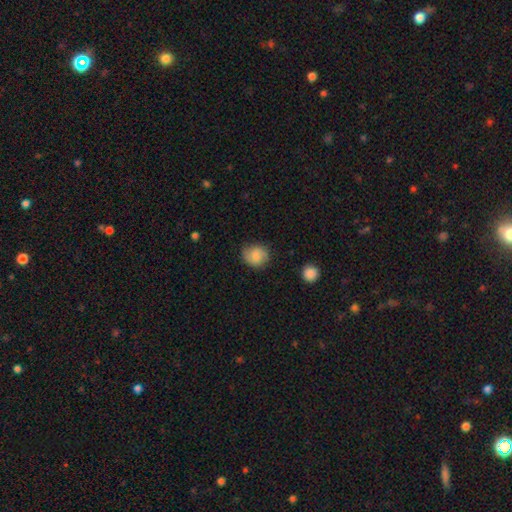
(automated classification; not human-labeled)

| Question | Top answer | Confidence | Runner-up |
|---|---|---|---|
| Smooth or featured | smooth | 70% | featured or disk (22%) |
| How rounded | round | 76% | in between (23%) |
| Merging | none | 76% | minor disturbance (18%) |